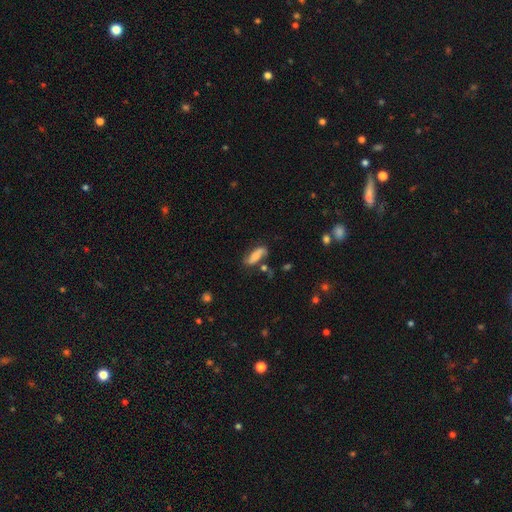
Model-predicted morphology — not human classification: Q: Smooth or featured?
A: smooth (57%); runner-up: featured or disk (35%)
Q: How rounded?
A: in between (63%); runner-up: cigar-shaped (34%)
Q: Merging?
A: none (62%); runner-up: minor disturbance (22%)